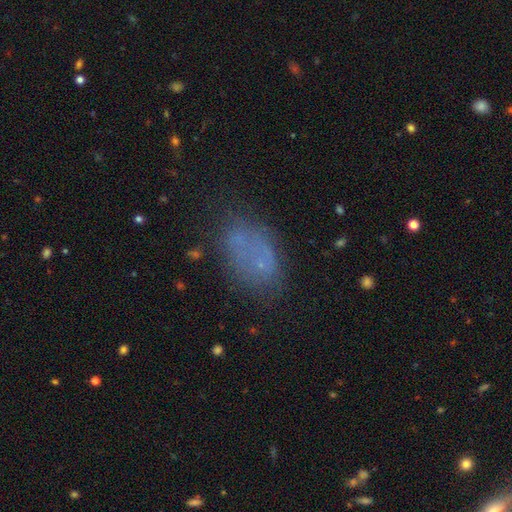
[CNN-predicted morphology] The model was most divided on "smooth or featured": smooth: 55%, featured or disk: 26%, star or artifact: 19%. More confident: how rounded — in between (86%); merging — none (59%).